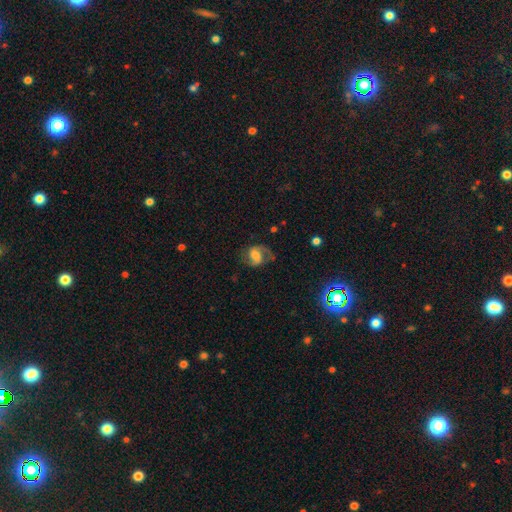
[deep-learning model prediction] Overall: featured or disk (73%). Edge-on disk: no (98%). Bar: weak (45%; no 39%). Spiral arms: yes (93%). Spiral arm count: 2 (86%). Spiral winding: medium (50%; loose 36%). Bulge size: moderate (38%; small 23%). Merging: none (65%).